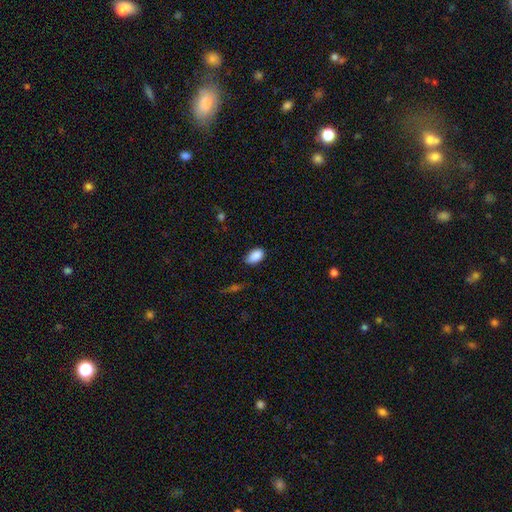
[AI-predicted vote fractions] This appears to be a smooth galaxy with no disk features (89%) that is in between round and cigar-shaped (91%). Merging: none (78%).